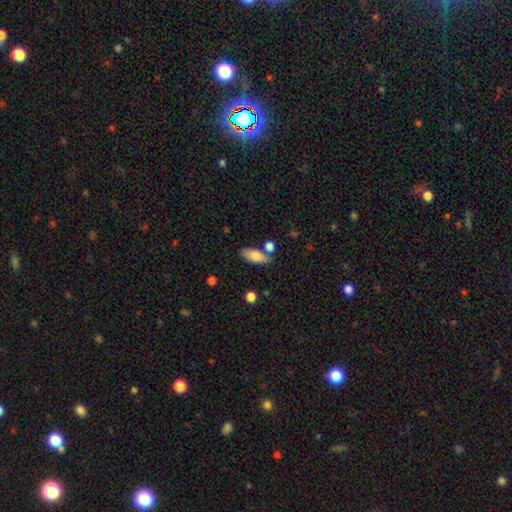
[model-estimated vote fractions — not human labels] Smooth or featured? Predicted: smooth (p=0.81). How rounded? Predicted: in between (p=0.80). Merging? Predicted: none (p=0.68).